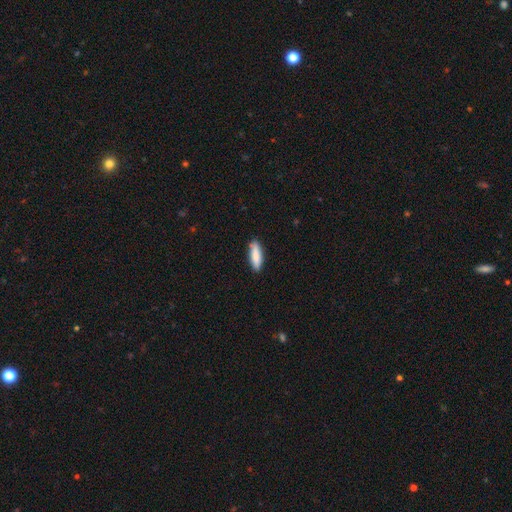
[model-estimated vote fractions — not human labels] Overall: smooth (85%). How rounded: cigar-shaped (60%; in between 38%). Merging: none (86%).